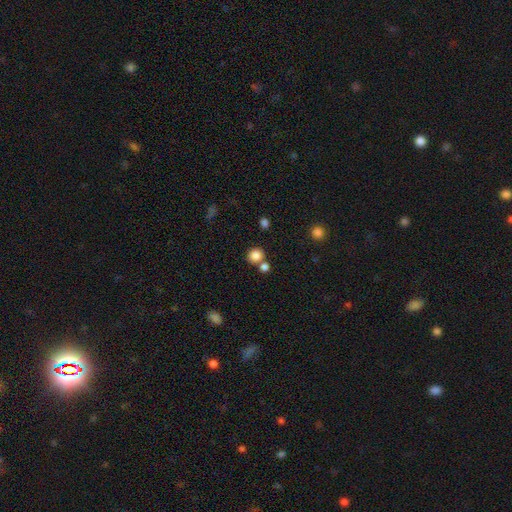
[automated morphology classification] A smooth galaxy with no disk features (84%) that is round (84%). Merging: none (65%).